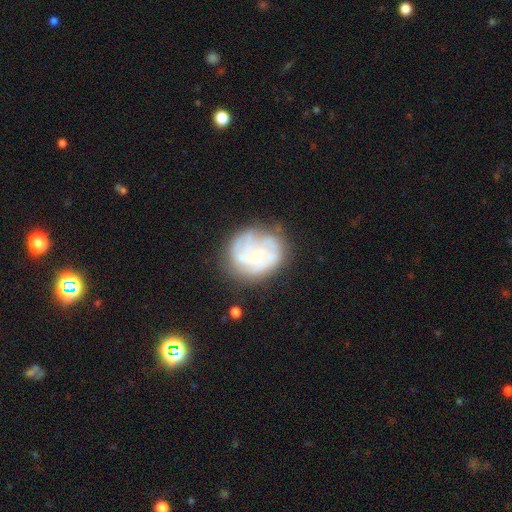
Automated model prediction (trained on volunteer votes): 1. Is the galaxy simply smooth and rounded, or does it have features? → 63% featured or disk, 28% smooth, 9% star or artifact.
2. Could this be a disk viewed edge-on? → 98% no, 2% yes.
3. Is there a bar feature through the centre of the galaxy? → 80% no, 17% weak, 3% strong.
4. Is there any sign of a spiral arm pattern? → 65% yes, 35% no.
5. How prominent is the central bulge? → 54% small, 24% none, 18% moderate, 3% large, 1% dominant.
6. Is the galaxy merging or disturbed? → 63% none, 21% minor disturbance, 13% major disturbance, 3% merger.